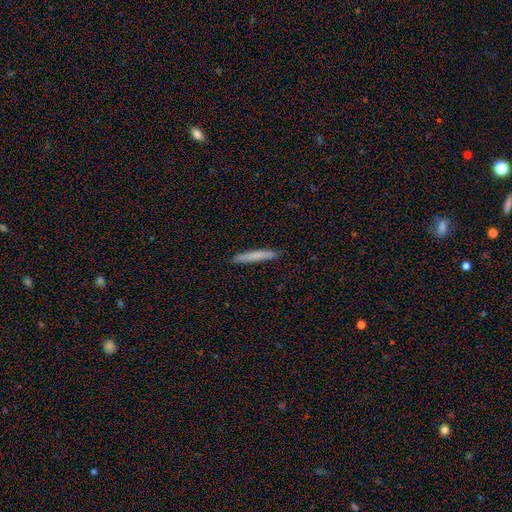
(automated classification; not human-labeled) A smooth galaxy with no disk features (73%) that is cigar-shaped (95%). Merging: none (87%).